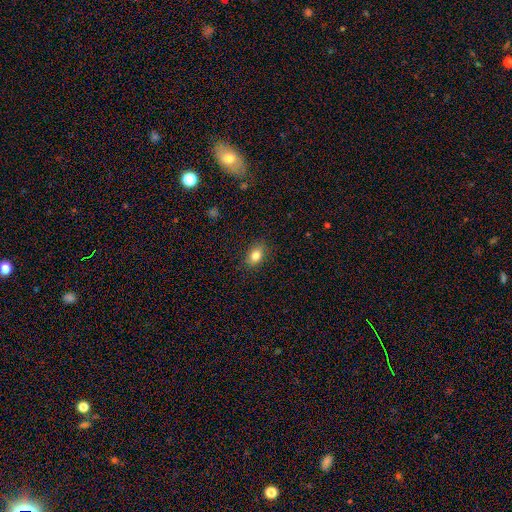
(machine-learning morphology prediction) A smooth galaxy with no disk features (82%) that is in between round and cigar-shaped (80%).

Vote fractions:
- Smooth or featured? smooth: 82% / star or artifact: 9% / featured or disk: 9%
- How rounded? in between: 80% / round: 18% / cigar-shaped: 2%
- Merging? none: 86% / minor disturbance: 11% / major disturbance: 3% / merger: 1%